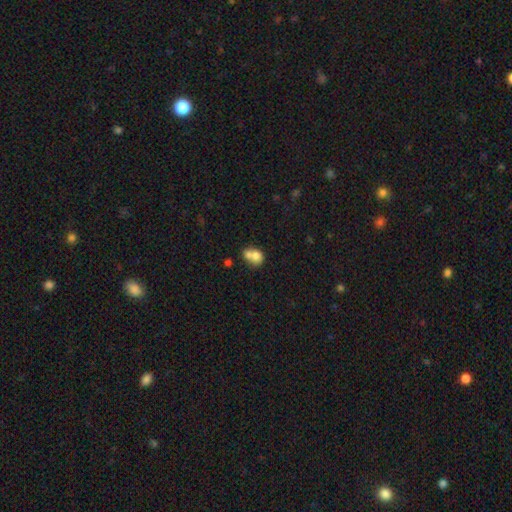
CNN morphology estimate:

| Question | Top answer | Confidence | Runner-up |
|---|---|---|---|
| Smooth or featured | smooth | 72% | featured or disk (19%) |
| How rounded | round | 59% | in between (40%) |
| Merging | merger | 65% | none (23%) |